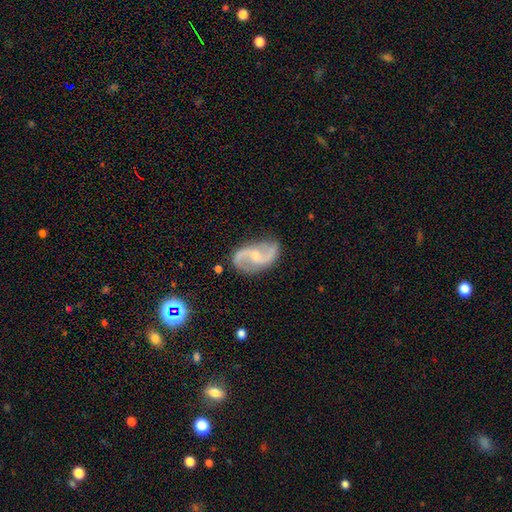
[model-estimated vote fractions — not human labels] Smooth or featured? Predicted: featured or disk (p=0.89). Edge-on disk? Predicted: no (p=0.98). Bar? Predicted: weak (p=0.46). Spiral arms? Predicted: yes (p=0.97). Spiral winding? Predicted: loose (p=0.53). Spiral arm count? Predicted: 2 (p=0.94). Bulge size? Predicted: small (p=0.58). Merging? Predicted: none (p=0.80).